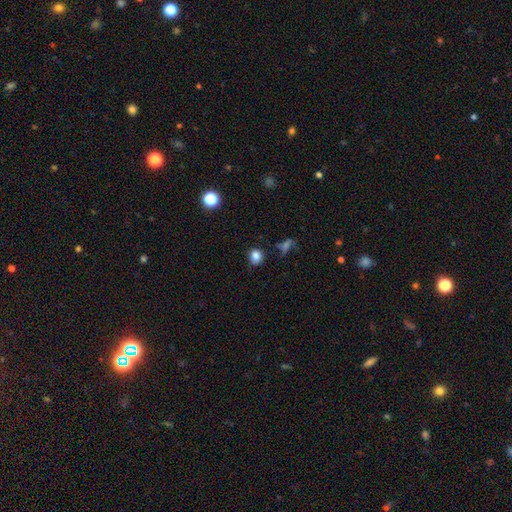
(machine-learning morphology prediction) type=smooth (82%); roundness=round (73%); merging=none (76%).